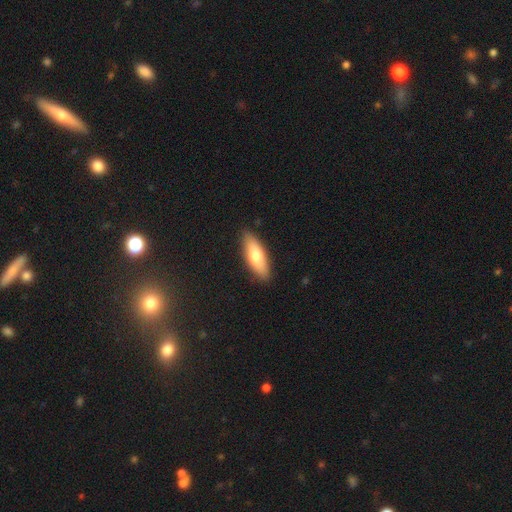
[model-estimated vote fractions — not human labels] This is likely a smooth galaxy (73%). How rounded: possibly in between (55%). Merging: clearly none (87%).